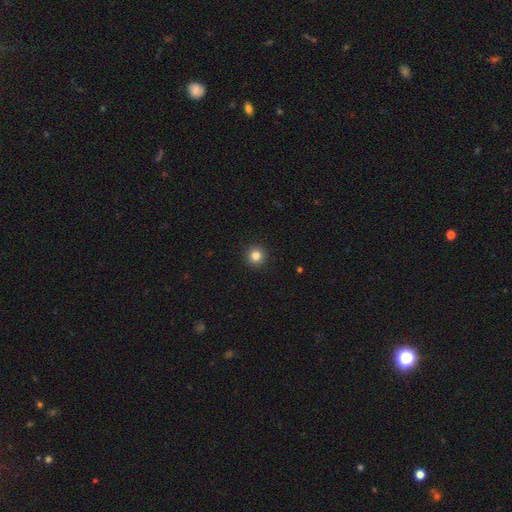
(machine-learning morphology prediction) Smooth or featured?
  - smooth: 83% *
  - star or artifact: 12%
  - featured or disk: 5%
How rounded?
  - round: 96% *
  - in between: 3%
  - cigar-shaped: 1%
Merging?
  - none: 94% *
  - minor disturbance: 4%
  - major disturbance: 1%
  - merger: 1%